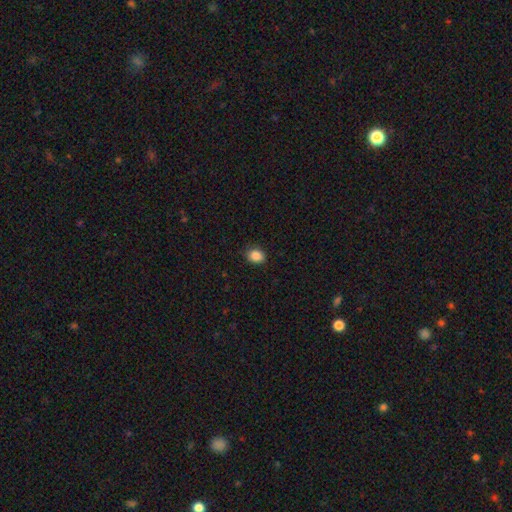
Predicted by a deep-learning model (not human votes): Q: Smooth or featured?
A: smooth (87%); runner-up: star or artifact (9%)
Q: How rounded?
A: in between (53%); runner-up: round (46%)
Q: Merging?
A: none (86%); runner-up: minor disturbance (11%)